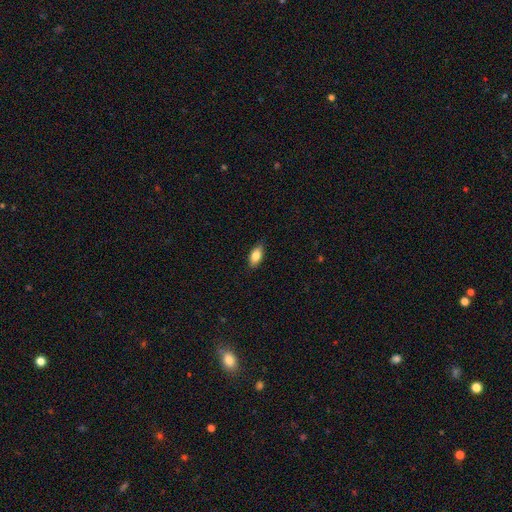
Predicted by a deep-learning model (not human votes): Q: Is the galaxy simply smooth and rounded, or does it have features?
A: smooth — 82%.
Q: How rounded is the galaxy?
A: in between — 89%.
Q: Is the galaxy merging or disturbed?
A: none — 86%.